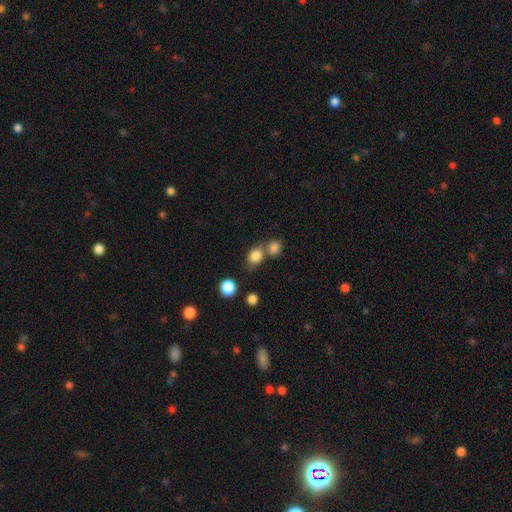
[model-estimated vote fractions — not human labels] Overall: smooth (83%). How rounded: round (59%; in between 40%). Merging: none (48%; merger 36%).